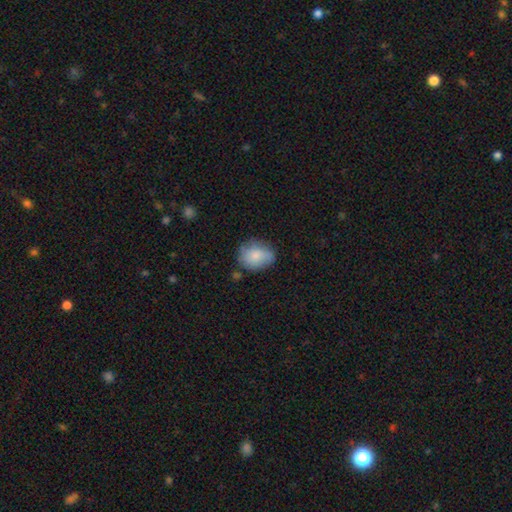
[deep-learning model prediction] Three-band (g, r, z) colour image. It shows a smooth galaxy with no disk features (77%) that is round (50%). Merging: none (62%).